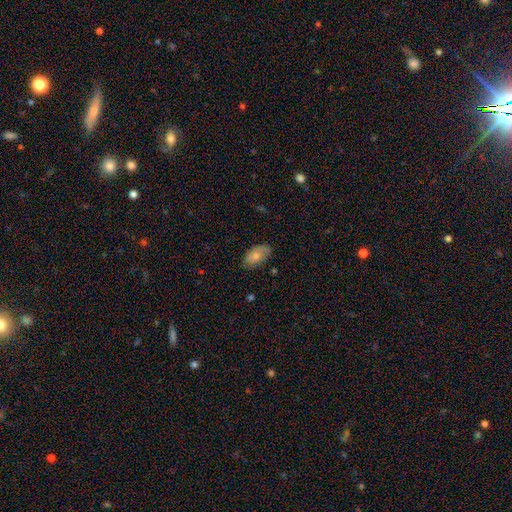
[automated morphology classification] A smooth galaxy with no disk features (72%) that is in between round and cigar-shaped (93%). Merging: none (73%).